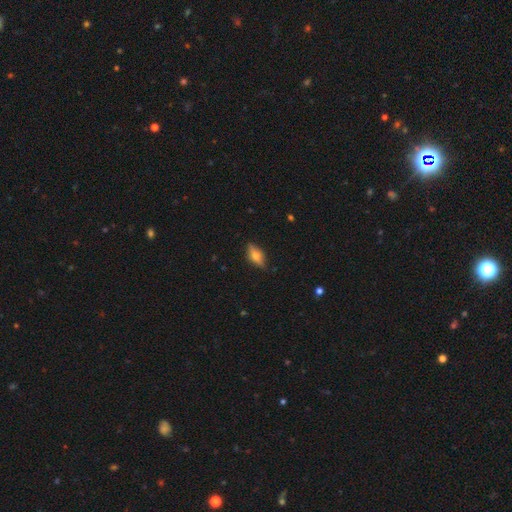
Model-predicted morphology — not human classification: This appears to be a smooth galaxy with no disk features (49%). Merging: none (81%).